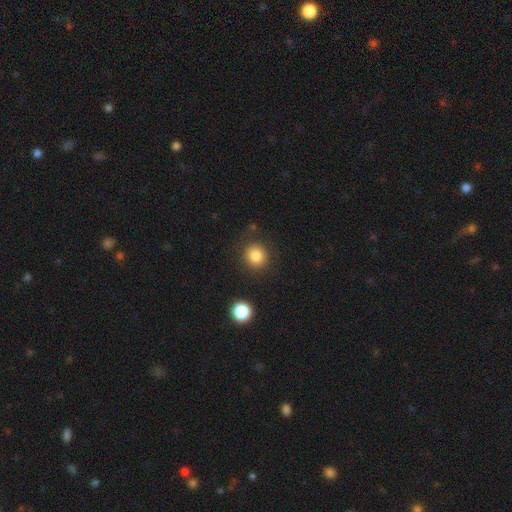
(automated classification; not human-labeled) This is clearly a smooth galaxy (84%). How rounded: clearly round (88%). Merging: clearly none (84%).